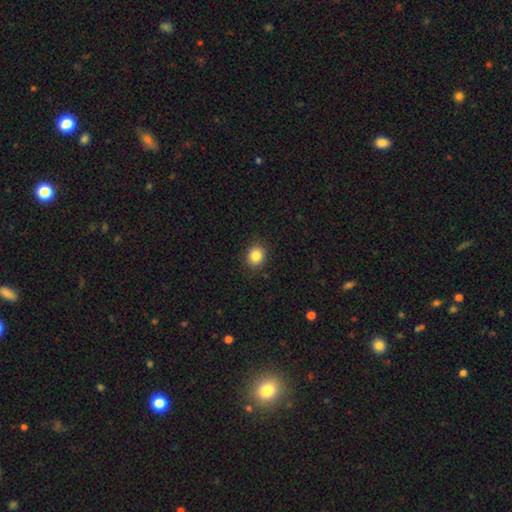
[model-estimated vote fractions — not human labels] A smooth galaxy with no disk features (85%) that is round (77%).

Vote fractions:
- Smooth or featured? smooth: 85% / star or artifact: 10% / featured or disk: 4%
- How rounded? round: 77% / in between: 22% / cigar-shaped: 1%
- Merging? none: 89% / minor disturbance: 8% / major disturbance: 2% / merger: 1%